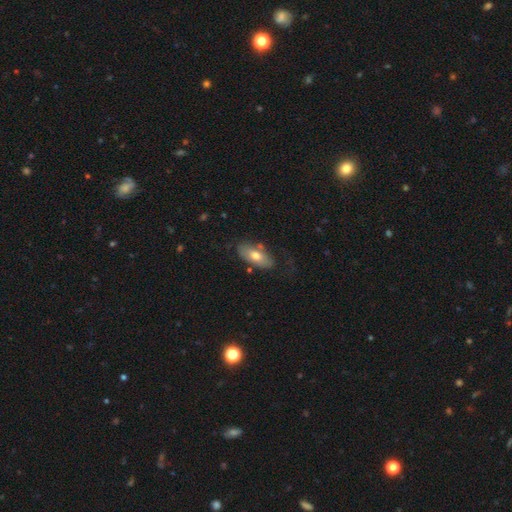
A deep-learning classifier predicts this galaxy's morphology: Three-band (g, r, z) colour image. It shows a smooth galaxy with no disk features (64%) that is in between round and cigar-shaped (89%). Merging: none (64%).